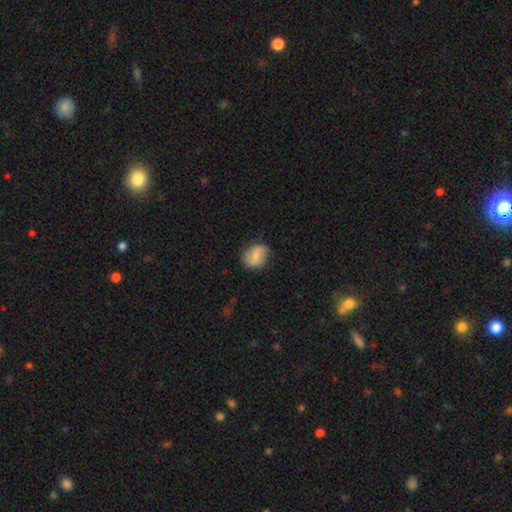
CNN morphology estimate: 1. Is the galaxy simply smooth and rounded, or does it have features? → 64% smooth, 28% featured or disk, 8% star or artifact.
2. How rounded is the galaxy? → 51% in between, 48% round, 1% cigar-shaped.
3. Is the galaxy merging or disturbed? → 68% none, 23% minor disturbance, 7% major disturbance, 1% merger.